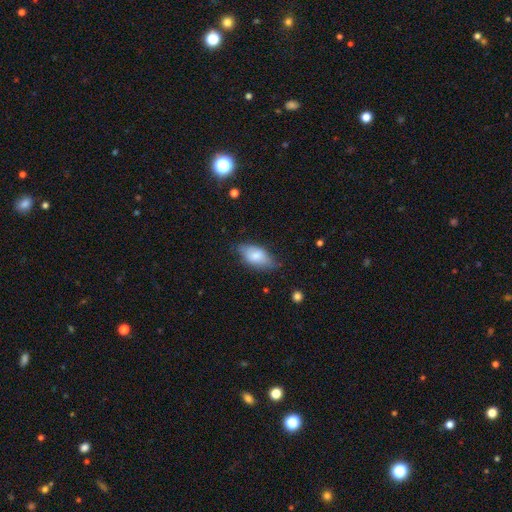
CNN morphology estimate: This is likely a smooth galaxy (71%). How rounded: clearly in between (89%). Merging: likely none (65%).